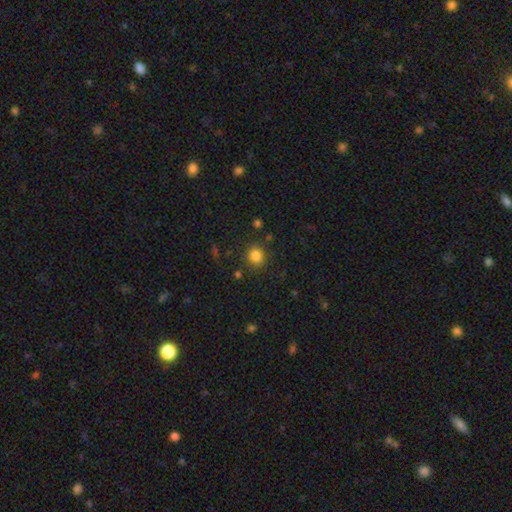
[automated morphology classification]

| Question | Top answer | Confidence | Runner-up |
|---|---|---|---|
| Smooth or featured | smooth | 83% | star or artifact (13%) |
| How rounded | round | 86% | in between (13%) |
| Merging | none | 85% | minor disturbance (9%) |